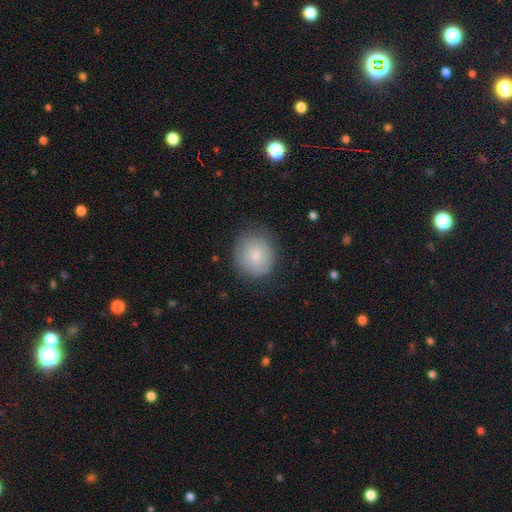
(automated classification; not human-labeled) A smooth galaxy with no disk features (80%) that is round (84%). Merging: none (77%).